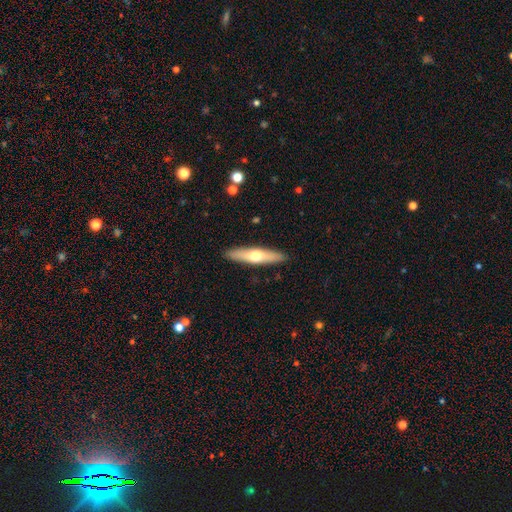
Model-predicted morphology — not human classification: Smooth or featured?
  - smooth: 50% *
  - featured or disk: 45%
  - star or artifact: 5%
Merging?
  - none: 91% *
  - minor disturbance: 7%
  - major disturbance: 2%
  - merger: 1%